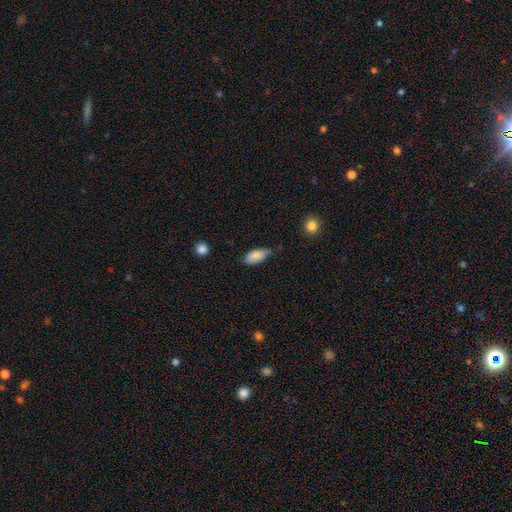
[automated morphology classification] A smooth galaxy with no disk features (84%) that is in between round and cigar-shaped (90%).

Vote fractions:
- Smooth or featured? smooth: 84% / featured or disk: 9% / star or artifact: 7%
- How rounded? in between: 90% / cigar-shaped: 7% / round: 3%
- Merging? none: 51% / minor disturbance: 39% / major disturbance: 7% / merger: 3%